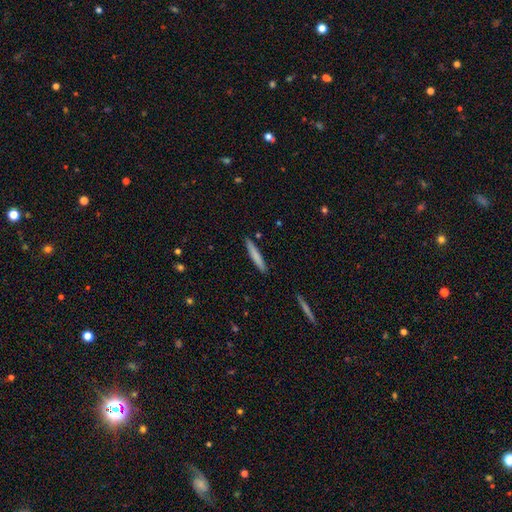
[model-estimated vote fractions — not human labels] smooth_or_featured: smooth (p=0.76) [alt: featured or disk p=0.18]
how_rounded: cigar-shaped (p=0.95) [alt: in between p=0.04]
merging: none (p=0.90) [alt: minor disturbance p=0.07]